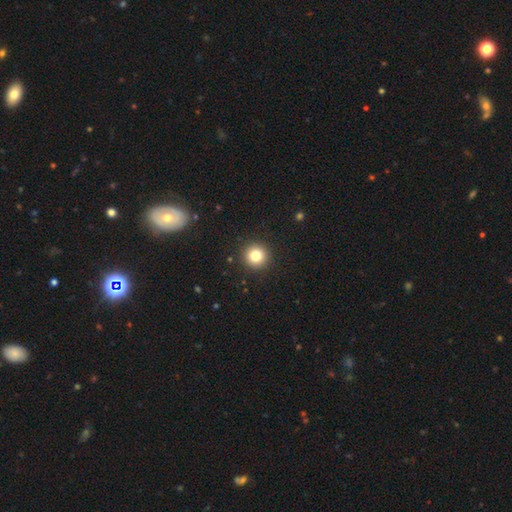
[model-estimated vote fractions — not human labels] Q: Smooth or featured?
A: smooth (82%); runner-up: star or artifact (11%)
Q: How rounded?
A: round (95%); runner-up: in between (4%)
Q: Merging?
A: none (92%); runner-up: minor disturbance (5%)